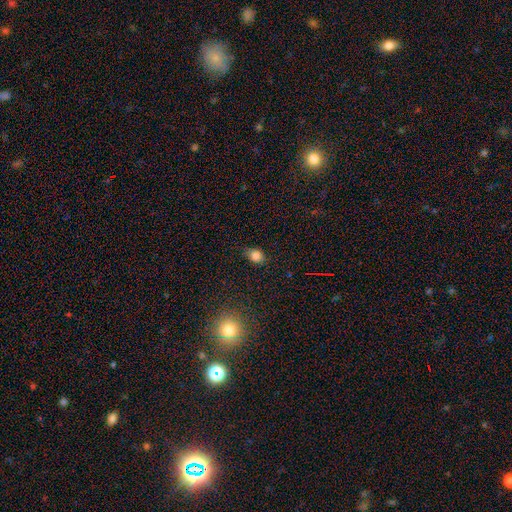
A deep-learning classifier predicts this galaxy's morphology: smooth_or_featured: smooth (p=0.82) [alt: star or artifact p=0.12]
how_rounded: in between (p=0.55) [alt: round p=0.44]
merging: none (p=0.78) [alt: minor disturbance p=0.17]